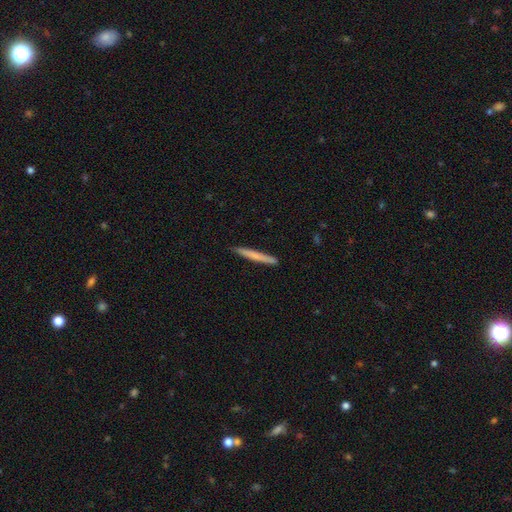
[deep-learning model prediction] Smooth or featured?
  - smooth: 68% *
  - featured or disk: 27%
  - star or artifact: 5%
How rounded?
  - cigar-shaped: 97% *
  - in between: 2%
  - round: 1%
Merging?
  - none: 90% *
  - minor disturbance: 8%
  - major disturbance: 1%
  - merger: 1%